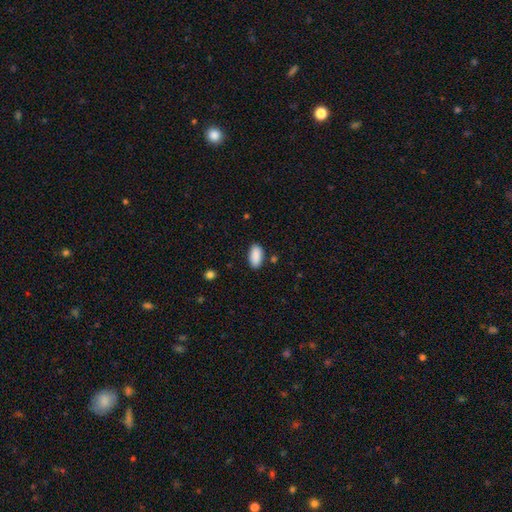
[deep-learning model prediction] The model was most divided on "merging": none: 86%, minor disturbance: 10%, major disturbance: 2%, merger: 2%. More confident: how rounded — in between (93%); smooth or featured — smooth (90%).